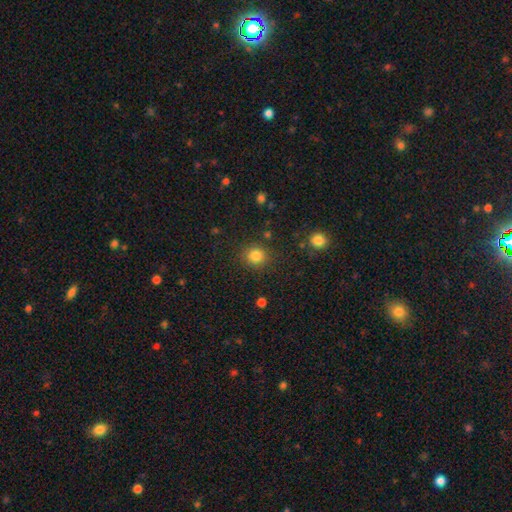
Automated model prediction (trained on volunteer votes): Q: Smooth or featured?
A: smooth (83%); runner-up: star or artifact (12%)
Q: How rounded?
A: round (88%); runner-up: in between (11%)
Q: Merging?
A: none (86%); runner-up: minor disturbance (8%)